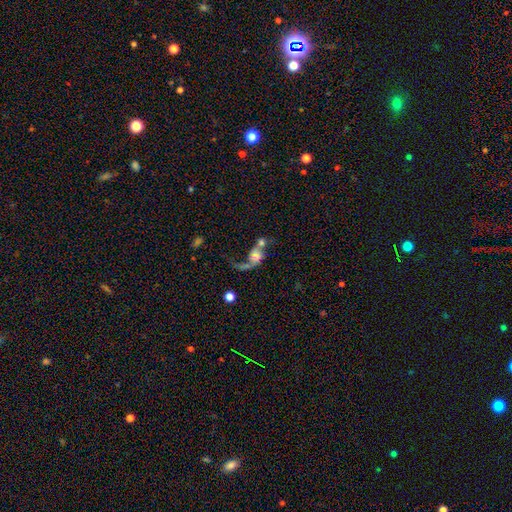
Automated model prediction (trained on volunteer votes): Morphology: type=featured or disk (53%); edge-on=no (96%); bar=no (73%); spiral arms=yes (68%); bulge=moderate (26%); merging=merger (53%).